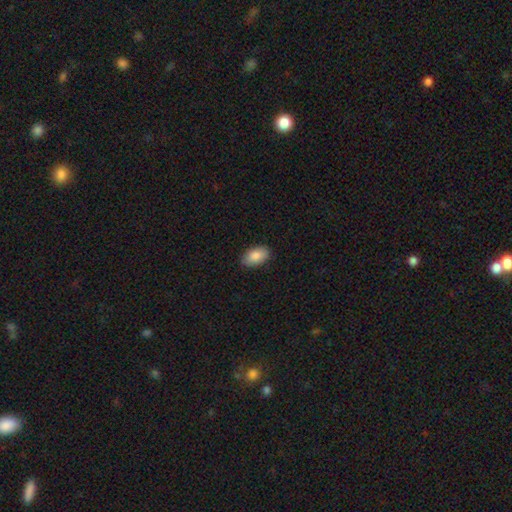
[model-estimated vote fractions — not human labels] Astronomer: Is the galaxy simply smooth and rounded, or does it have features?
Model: smooth — 87%.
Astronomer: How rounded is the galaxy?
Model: in between — 93%.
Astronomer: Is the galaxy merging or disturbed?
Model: none — 88%.